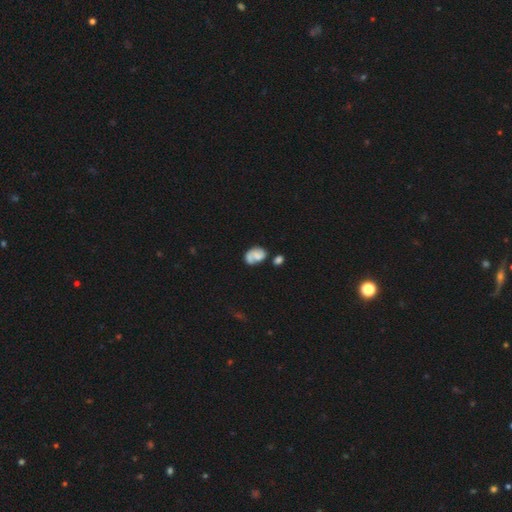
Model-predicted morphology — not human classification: Q: Smooth or featured?
A: smooth (54%); runner-up: featured or disk (36%)
Q: How rounded?
A: in between (77%); runner-up: round (22%)
Q: Merging?
A: none (37%); runner-up: merger (25%)